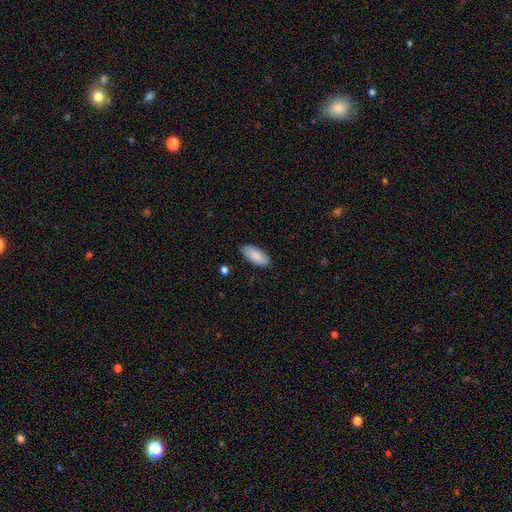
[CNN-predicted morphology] smooth_or_featured: smooth (p=0.88) [alt: featured or disk p=0.06]
how_rounded: in between (p=0.89) [alt: cigar-shaped p=0.09]
merging: none (p=0.85) [alt: minor disturbance p=0.11]